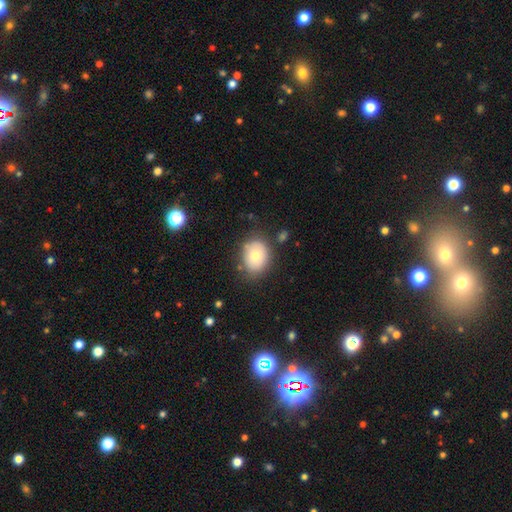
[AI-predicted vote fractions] smooth_or_featured: smooth (p=0.75) [alt: featured or disk p=0.17]
how_rounded: in between (p=0.51) [alt: round p=0.48]
merging: none (p=0.76) [alt: minor disturbance p=0.17]